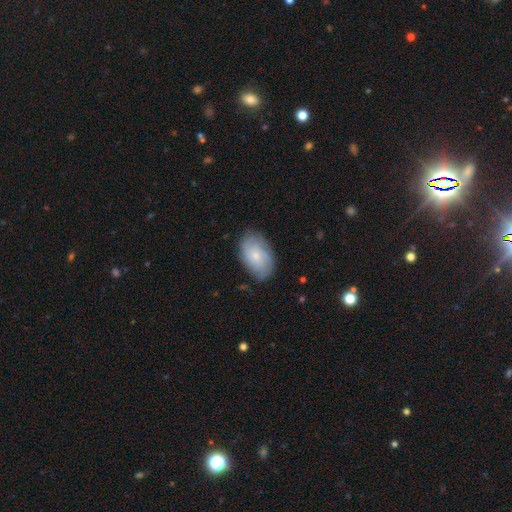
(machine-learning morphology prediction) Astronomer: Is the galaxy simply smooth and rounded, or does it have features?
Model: featured or disk — 55% (runner-up: smooth, 38%).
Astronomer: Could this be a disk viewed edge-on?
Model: no — 96%.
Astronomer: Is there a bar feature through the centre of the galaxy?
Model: no — 75%.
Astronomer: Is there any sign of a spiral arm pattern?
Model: yes — 88%.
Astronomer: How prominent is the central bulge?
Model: small — 72%.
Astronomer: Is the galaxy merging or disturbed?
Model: none — 77%.